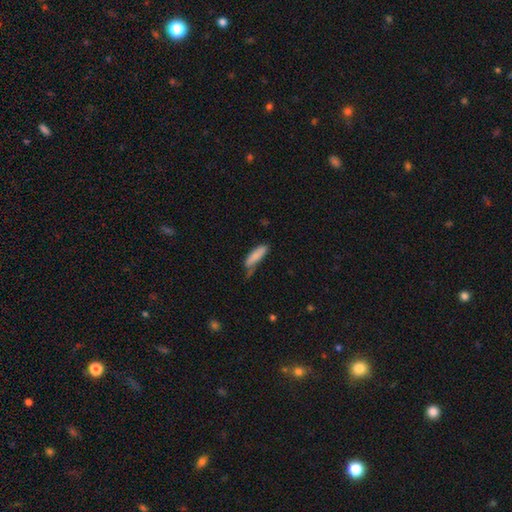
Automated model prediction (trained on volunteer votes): A smooth galaxy with no disk features (83%) that is cigar-shaped (61%).

Vote fractions:
- Smooth or featured? smooth: 83% / featured or disk: 10% / star or artifact: 7%
- How rounded? cigar-shaped: 61% / in between: 38% / round: 2%
- Merging? none: 48% / minor disturbance: 34% / major disturbance: 11% / merger: 7%